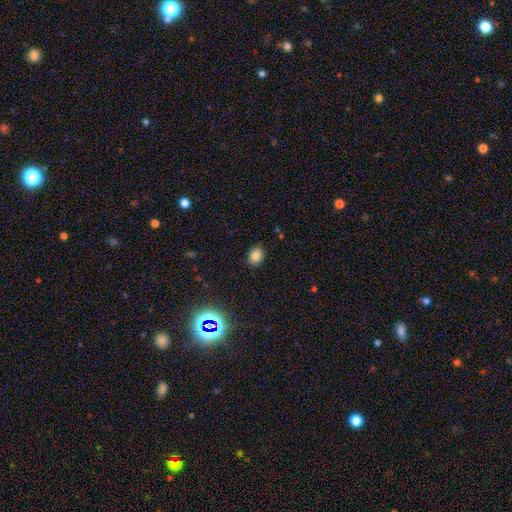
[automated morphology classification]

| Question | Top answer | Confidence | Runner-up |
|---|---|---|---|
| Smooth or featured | smooth | 81% | star or artifact (13%) |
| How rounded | in between | 55% | round (44%) |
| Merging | none | 87% | minor disturbance (10%) |